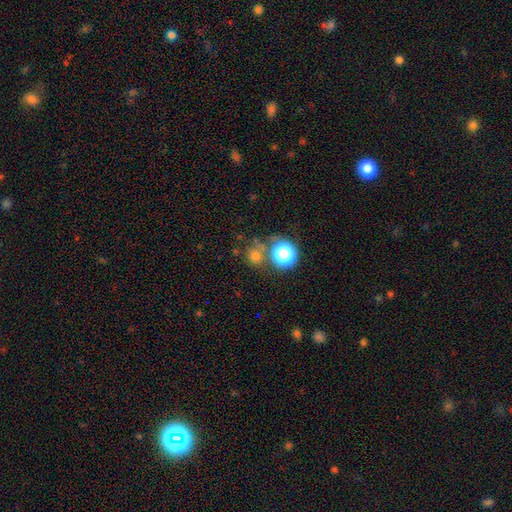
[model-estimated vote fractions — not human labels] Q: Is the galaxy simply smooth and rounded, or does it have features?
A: smooth — 68%.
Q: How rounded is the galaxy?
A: round — 88%.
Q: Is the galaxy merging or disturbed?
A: none — 63%.